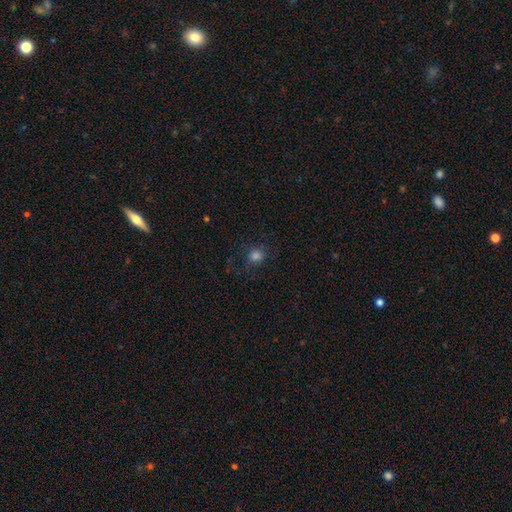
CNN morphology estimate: Smooth or featured?
  - smooth: 79% *
  - star or artifact: 15%
  - featured or disk: 6%
How rounded?
  - round: 81% *
  - in between: 18%
  - cigar-shaped: 1%
Merging?
  - none: 75% *
  - minor disturbance: 15%
  - major disturbance: 8%
  - merger: 1%